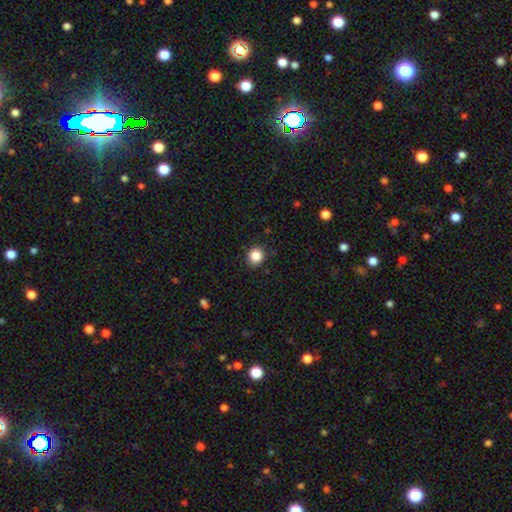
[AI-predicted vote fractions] smooth_or_featured: smooth (p=0.86) [alt: star or artifact p=0.11]
how_rounded: round (p=0.90) [alt: in between p=0.09]
merging: none (p=0.90) [alt: minor disturbance p=0.06]